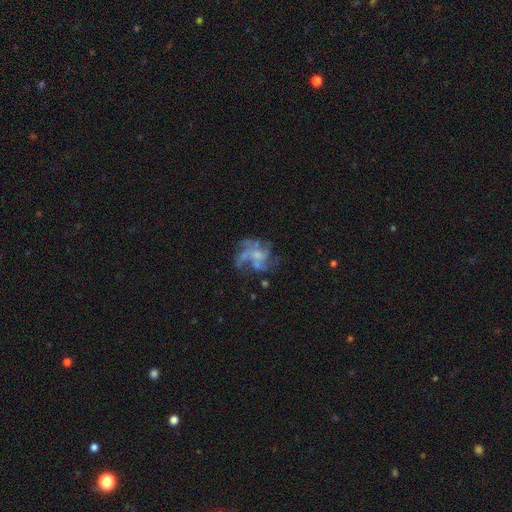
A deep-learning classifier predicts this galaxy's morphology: featured or disk 73%, smooth 15%, star or artifact 12%. Down the decision tree: edge-on disk — no (98%); bar — no (74%); spiral arms — yes (73%); spiral arm count — 4 (33%); spiral winding — medium (42%); bulge size — small (34%); merging — none (52%).